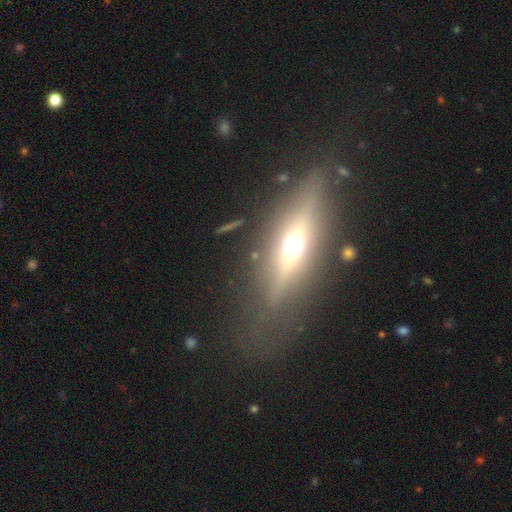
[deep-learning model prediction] Overall: featured or disk (55%; smooth 33%). Edge-on disk: yes (82%). Merging: none (75%).